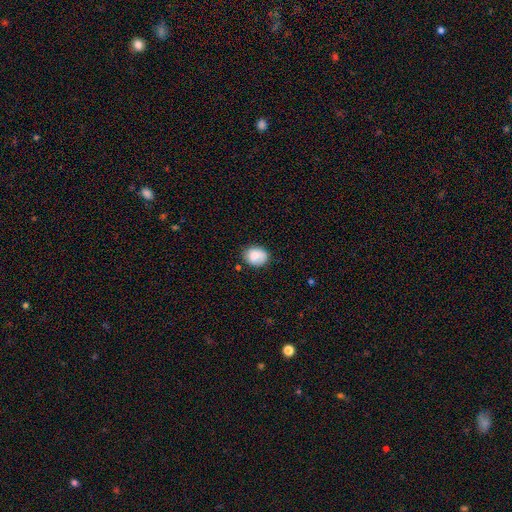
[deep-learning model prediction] A smooth galaxy with no disk features (83%) that is round (57%).

Vote fractions:
- Smooth or featured? smooth: 83% / featured or disk: 9% / star or artifact: 8%
- How rounded? round: 57% / in between: 42% / cigar-shaped: 1%
- Merging? none: 72% / minor disturbance: 20% / major disturbance: 5% / merger: 3%